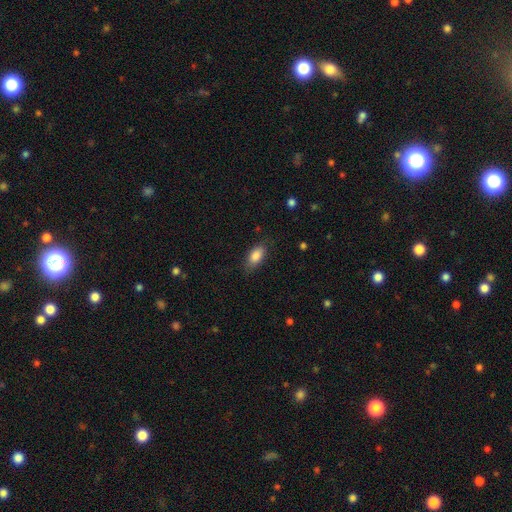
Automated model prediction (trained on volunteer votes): Smooth or featured?
  - smooth: 85% *
  - featured or disk: 7%
  - star or artifact: 7%
How rounded?
  - in between: 89% *
  - cigar-shaped: 7%
  - round: 4%
Merging?
  - none: 79% *
  - minor disturbance: 16%
  - major disturbance: 4%
  - merger: 1%